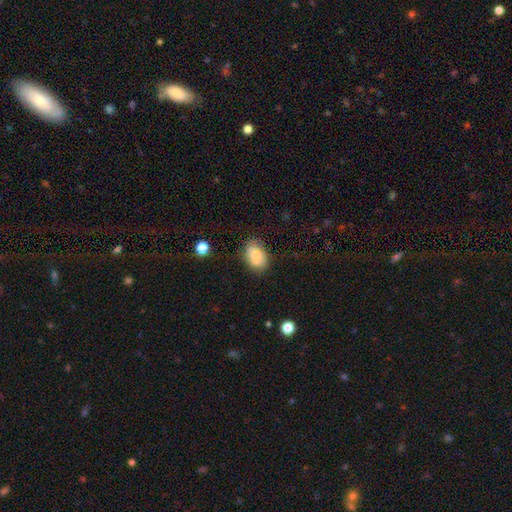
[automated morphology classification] The model was most divided on "merging": none: 56%, minor disturbance: 21%, merger: 17%, major disturbance: 6%. More confident: how rounded — in between (85%); smooth or featured — smooth (72%).